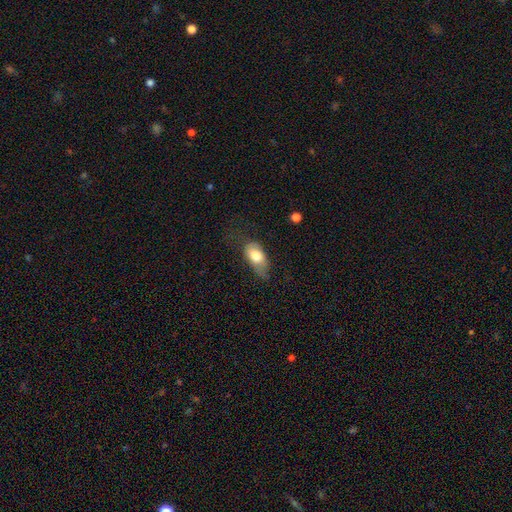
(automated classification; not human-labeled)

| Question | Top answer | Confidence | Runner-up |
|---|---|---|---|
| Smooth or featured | smooth | 75% | featured or disk (18%) |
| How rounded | in between | 89% | round (6%) |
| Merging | none | 39% | minor disturbance (35%) |